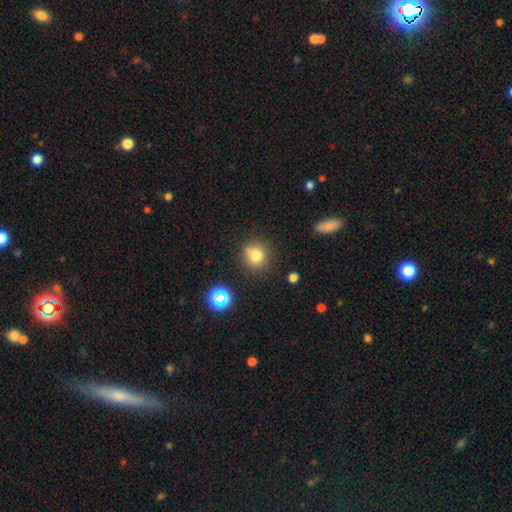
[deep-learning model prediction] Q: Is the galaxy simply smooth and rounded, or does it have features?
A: smooth — 76%.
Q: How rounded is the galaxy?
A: round — 86%.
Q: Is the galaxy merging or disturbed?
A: none — 81%.